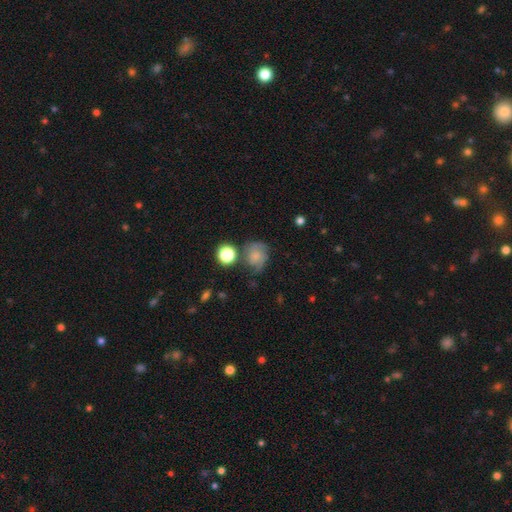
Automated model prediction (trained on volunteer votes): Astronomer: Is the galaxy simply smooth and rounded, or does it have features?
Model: smooth — 57%.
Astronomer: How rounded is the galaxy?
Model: round — 70%.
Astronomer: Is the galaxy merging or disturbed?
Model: none — 48% (runner-up: minor disturbance, 29%).